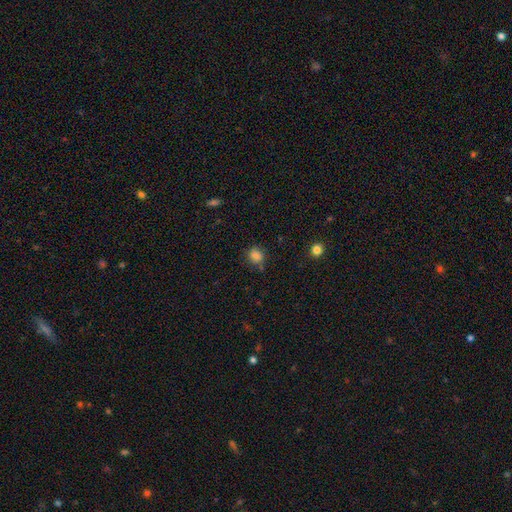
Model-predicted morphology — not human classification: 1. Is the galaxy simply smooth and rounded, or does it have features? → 82% smooth, 12% star or artifact, 6% featured or disk.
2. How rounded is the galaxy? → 76% round, 23% in between, 1% cigar-shaped.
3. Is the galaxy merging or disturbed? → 76% none, 15% minor disturbance, 6% merger, 3% major disturbance.